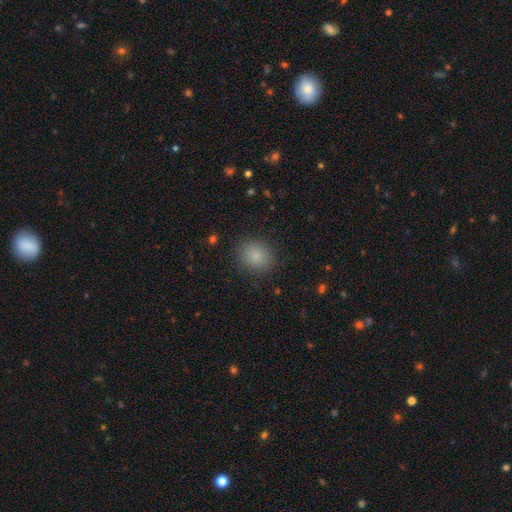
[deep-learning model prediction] This appears to be a smooth galaxy with no disk features (84%) that is round (68%). Merging: none (87%).